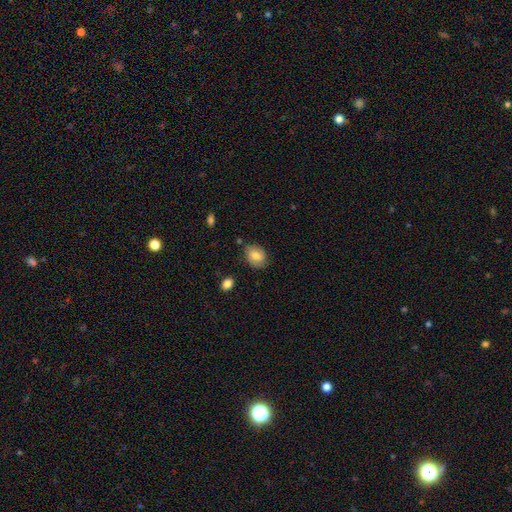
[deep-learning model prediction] Smooth or featured?
  - smooth: 75% *
  - featured or disk: 17%
  - star or artifact: 8%
How rounded?
  - in between: 63% *
  - round: 36%
  - cigar-shaped: 1%
Merging?
  - none: 77% *
  - minor disturbance: 17%
  - major disturbance: 4%
  - merger: 3%